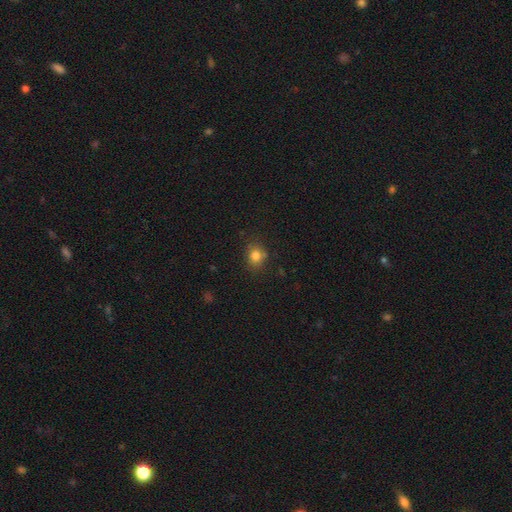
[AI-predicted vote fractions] Overall: smooth (81%). How rounded: round (67%; in between 32%). Merging: none (76%).